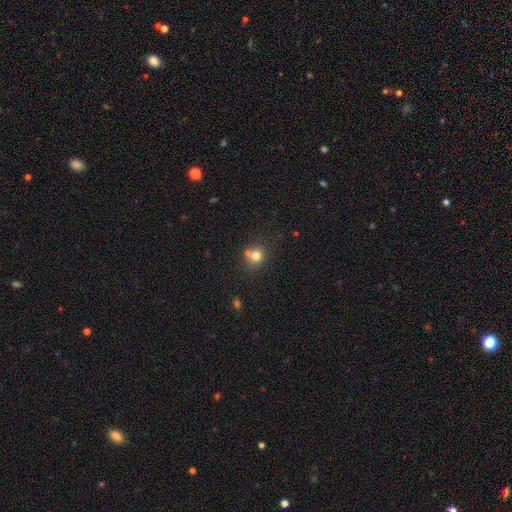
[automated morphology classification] A smooth galaxy with no disk features (77%) that is round (84%). Merging: none (59%).